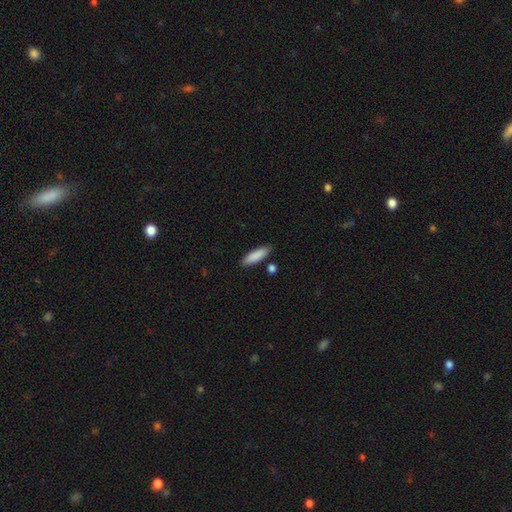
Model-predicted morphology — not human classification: smooth_or_featured: smooth (p=0.88) [alt: featured or disk p=0.07]
how_rounded: cigar-shaped (p=0.54) [alt: in between p=0.44]
merging: none (p=0.84) [alt: minor disturbance p=0.10]